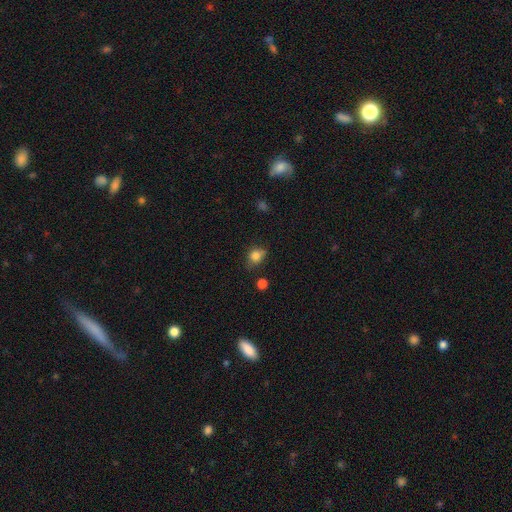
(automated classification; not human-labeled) Smooth or featured?
  - smooth: 80% *
  - star or artifact: 11%
  - featured or disk: 8%
How rounded?
  - round: 61% *
  - in between: 38%
  - cigar-shaped: 1%
Merging?
  - none: 59% *
  - minor disturbance: 29%
  - major disturbance: 7%
  - merger: 5%